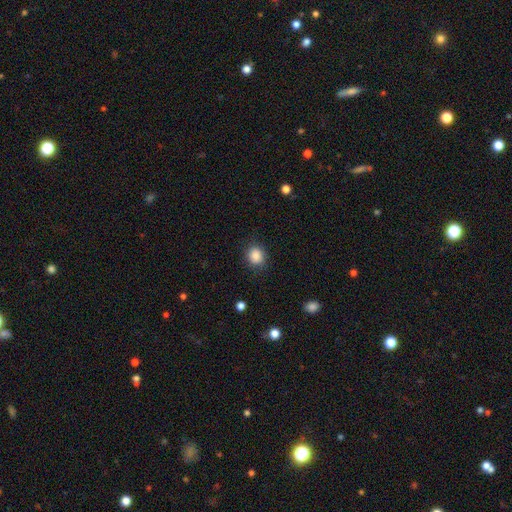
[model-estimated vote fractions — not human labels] Overall: smooth (87%). How rounded: round (73%). Merging: none (84%).